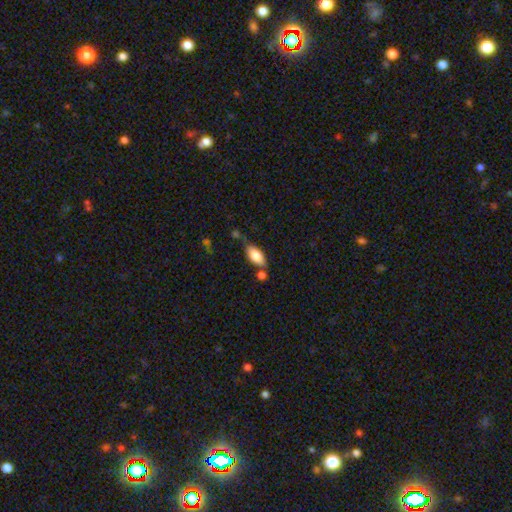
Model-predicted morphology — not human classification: smooth 81%, featured or disk 13%, star or artifact 6%. Down the decision tree: how rounded — in between (88%); merging — none (66%).